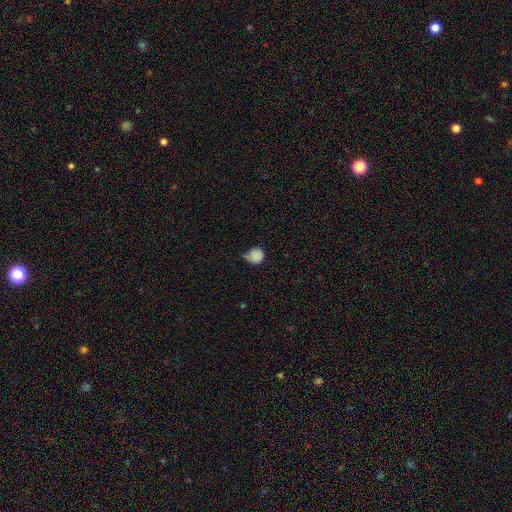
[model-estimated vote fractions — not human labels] Smooth or featured?
  - smooth: 82% *
  - featured or disk: 9%
  - star or artifact: 9%
How rounded?
  - round: 82% *
  - in between: 17%
  - cigar-shaped: 1%
Merging?
  - minor disturbance: 42% *
  - none: 36%
  - major disturbance: 19%
  - merger: 4%